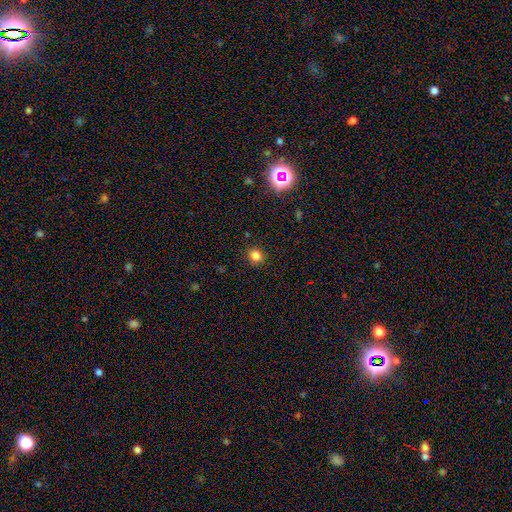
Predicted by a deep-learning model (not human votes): Smooth or featured?
  - smooth: 80% *
  - star or artifact: 15%
  - featured or disk: 5%
How rounded?
  - round: 78% *
  - in between: 21%
  - cigar-shaped: 1%
Merging?
  - none: 89% *
  - minor disturbance: 8%
  - major disturbance: 2%
  - merger: 1%